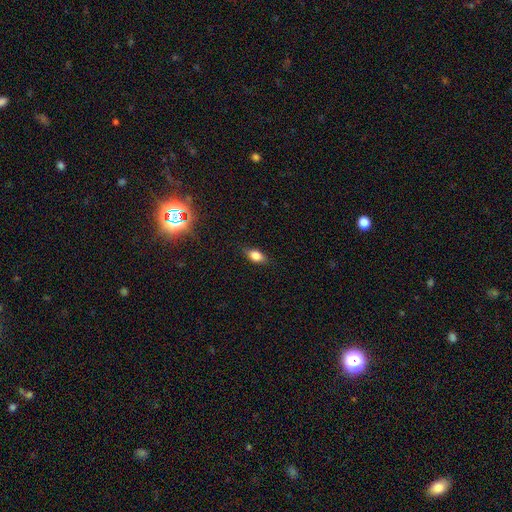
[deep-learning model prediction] Morphology: type=smooth (79%); roundness=in between (84%); merging=none (83%).